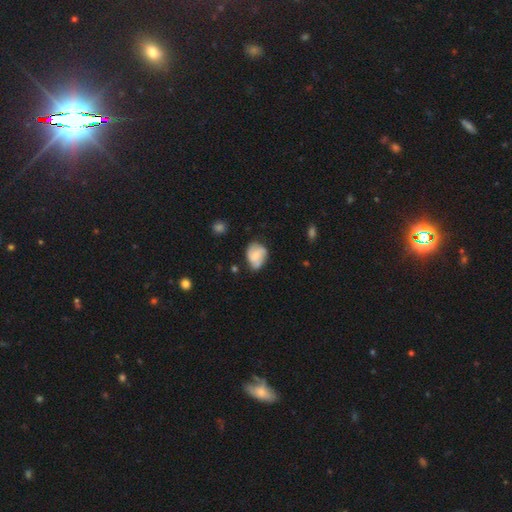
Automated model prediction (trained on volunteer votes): smooth-or-featured: featured or disk: 48% | smooth: 45% | star or artifact: 7%
  merging: none: 54% | minor disturbance: 32% | major disturbance: 10% | merger: 4%